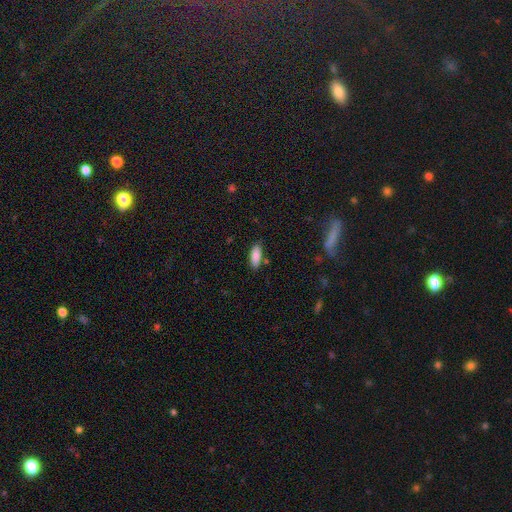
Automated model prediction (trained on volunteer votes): Smooth or featured: smooth — 87% (star or artifact — 7%)
How rounded: in between — 76% (cigar-shaped — 23%)
Merging: none — 82% (minor disturbance — 12%)